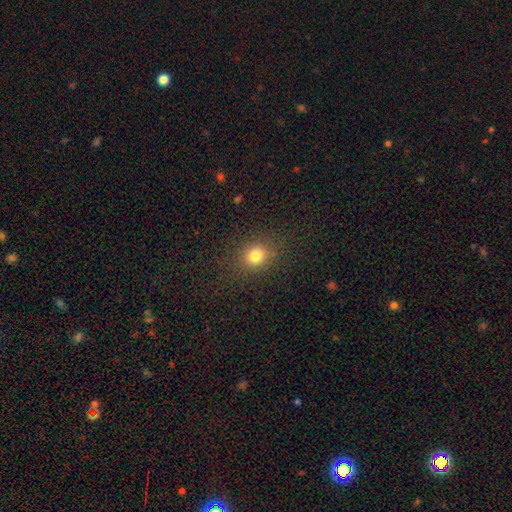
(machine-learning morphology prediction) Q: Smooth or featured?
A: smooth (79%); runner-up: star or artifact (15%)
Q: How rounded?
A: round (72%); runner-up: in between (26%)
Q: Merging?
A: none (85%); runner-up: minor disturbance (9%)